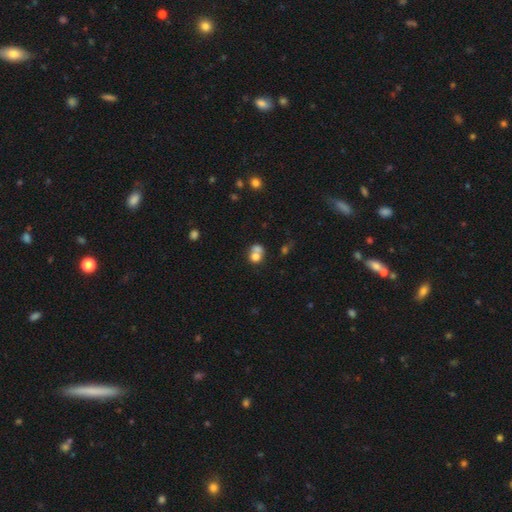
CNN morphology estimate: smooth_or_featured: smooth (p=0.70) [alt: featured or disk p=0.18]
how_rounded: round (p=0.67) [alt: in between p=0.32]
merging: merger (p=0.59) [alt: none p=0.28]